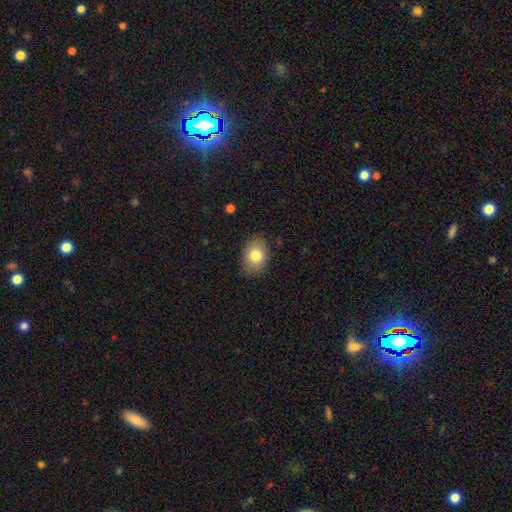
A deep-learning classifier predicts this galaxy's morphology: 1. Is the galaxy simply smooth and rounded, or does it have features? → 80% smooth, 12% featured or disk, 8% star or artifact.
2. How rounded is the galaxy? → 69% in between, 30% round, 1% cigar-shaped.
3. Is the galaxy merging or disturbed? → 84% none, 12% minor disturbance, 3% major disturbance, 1% merger.